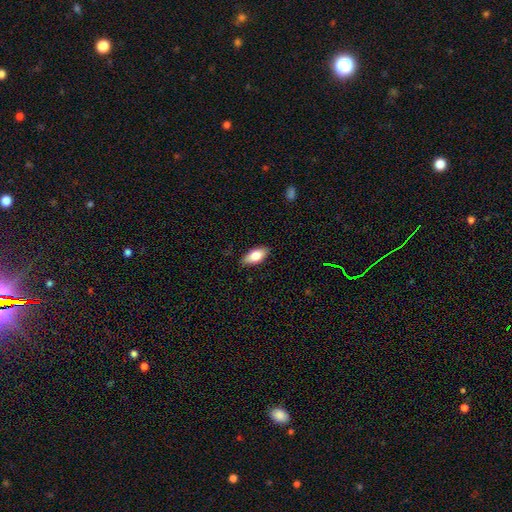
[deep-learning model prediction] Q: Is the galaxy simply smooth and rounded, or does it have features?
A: smooth — 76%.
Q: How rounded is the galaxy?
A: in between — 86%.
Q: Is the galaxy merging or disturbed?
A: none — 86%.